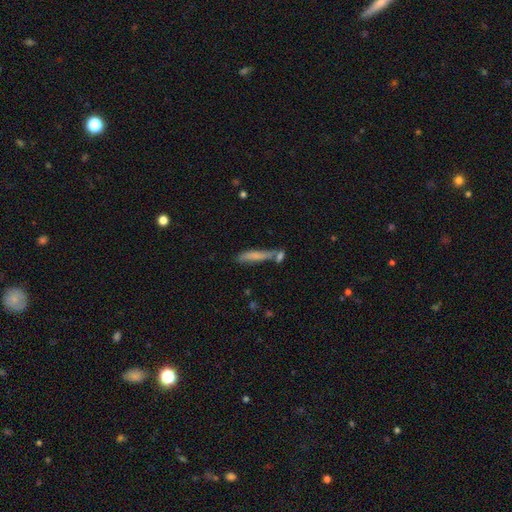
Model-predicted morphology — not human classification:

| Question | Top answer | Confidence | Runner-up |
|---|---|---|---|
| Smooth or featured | smooth | 67% | featured or disk (25%) |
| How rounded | cigar-shaped | 88% | in between (10%) |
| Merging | none | 58% | merger (21%) |